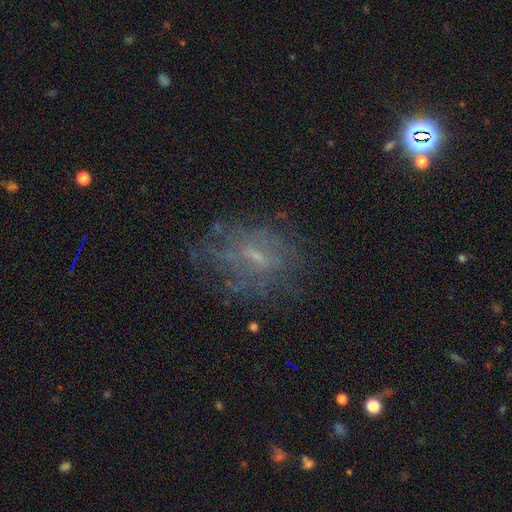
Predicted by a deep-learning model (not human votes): Morphology: type=featured or disk (57%); edge-on=no (96%); bar=no (52%); spiral arms=no (65%); bulge=small (57%); merging=none (58%).